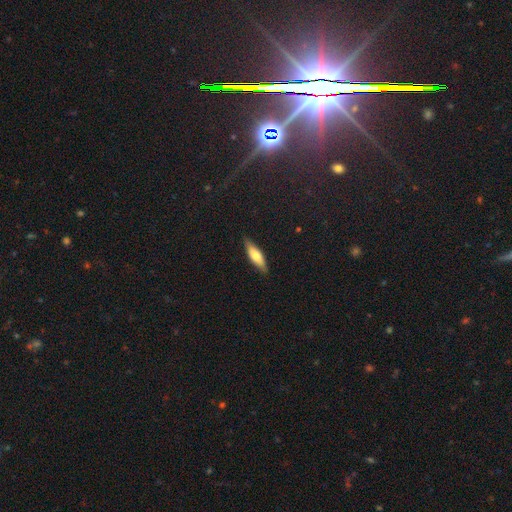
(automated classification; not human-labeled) Smooth or featured: smooth — 63% (featured or disk — 30%)
How rounded: cigar-shaped — 54% (in between — 44%)
Merging: none — 84% (minor disturbance — 13%)